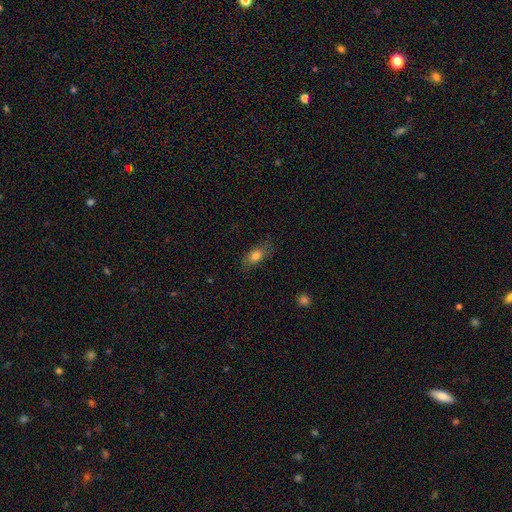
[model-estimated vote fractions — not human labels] smooth_or_featured: smooth (p=0.77) [alt: featured or disk p=0.14]
how_rounded: in between (p=0.80) [alt: cigar-shaped p=0.12]
merging: none (p=0.78) [alt: minor disturbance p=0.17]